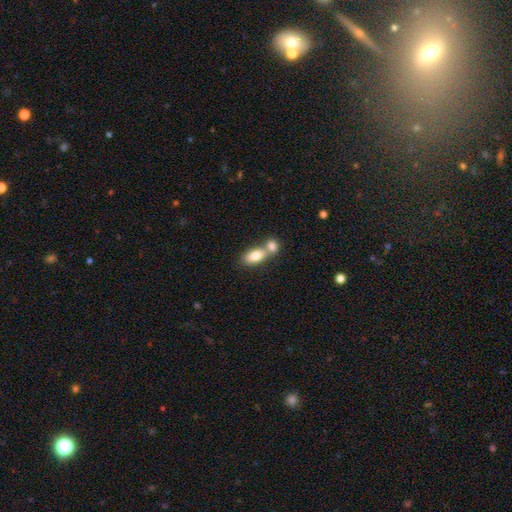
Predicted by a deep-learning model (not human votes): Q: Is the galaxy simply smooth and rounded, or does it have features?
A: smooth — 80%.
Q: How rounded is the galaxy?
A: in between — 88%.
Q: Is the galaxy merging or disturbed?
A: merger — 57%.